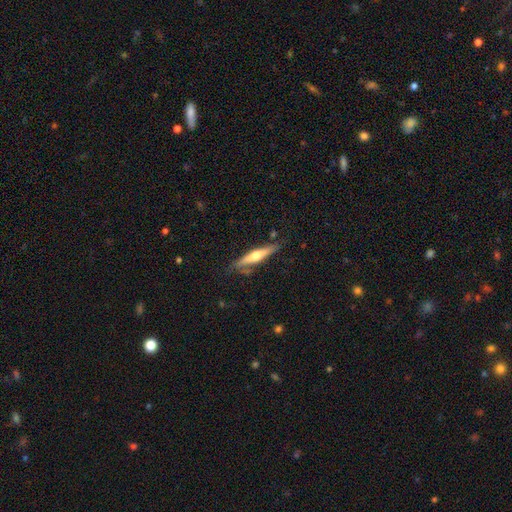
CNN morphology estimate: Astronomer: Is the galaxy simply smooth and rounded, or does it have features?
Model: featured or disk — 60% (runner-up: smooth, 35%).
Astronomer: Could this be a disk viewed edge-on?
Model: yes — 95%.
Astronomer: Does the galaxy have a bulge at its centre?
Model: rounded — 92%.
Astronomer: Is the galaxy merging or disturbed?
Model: none — 79%.